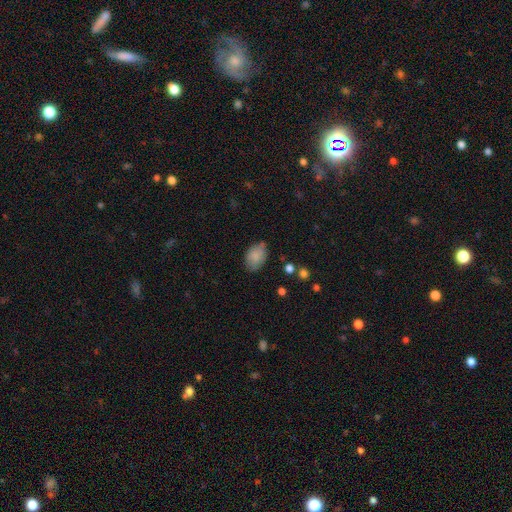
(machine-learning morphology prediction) Q: Smooth or featured?
A: smooth (85%); runner-up: featured or disk (8%)
Q: How rounded?
A: in between (88%); runner-up: round (11%)
Q: Merging?
A: none (72%); runner-up: minor disturbance (21%)